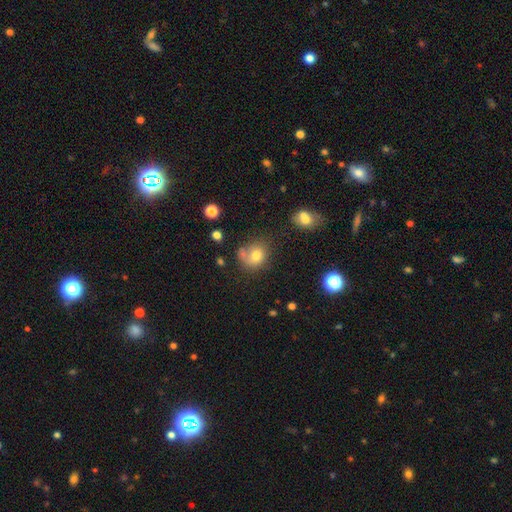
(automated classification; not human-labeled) A smooth galaxy with no disk features (71%) that is round (66%).

Vote fractions:
- Smooth or featured? smooth: 71% / featured or disk: 16% / star or artifact: 13%
- How rounded? round: 66% / in between: 33% / cigar-shaped: 1%
- Merging? none: 47% / minor disturbance: 22% / merger: 16% / major disturbance: 15%